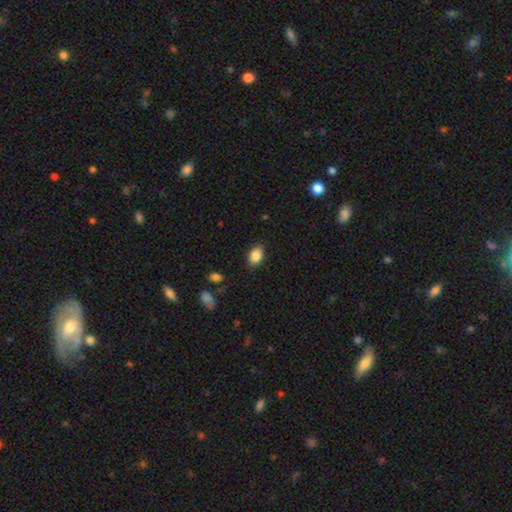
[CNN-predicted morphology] Smooth or featured: smooth — 86% (star or artifact — 8%)
How rounded: in between — 86% (round — 13%)
Merging: none — 86% (minor disturbance — 11%)